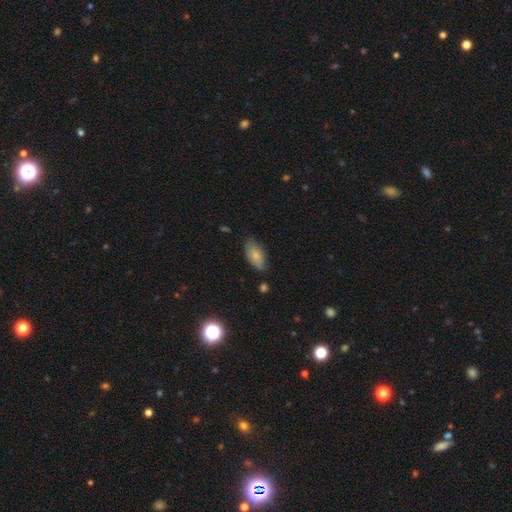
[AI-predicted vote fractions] Smooth or featured?
  - smooth: 76% *
  - featured or disk: 17%
  - star or artifact: 7%
How rounded?
  - in between: 91% *
  - cigar-shaped: 5%
  - round: 3%
Merging?
  - none: 69% *
  - minor disturbance: 26%
  - major disturbance: 4%
  - merger: 2%